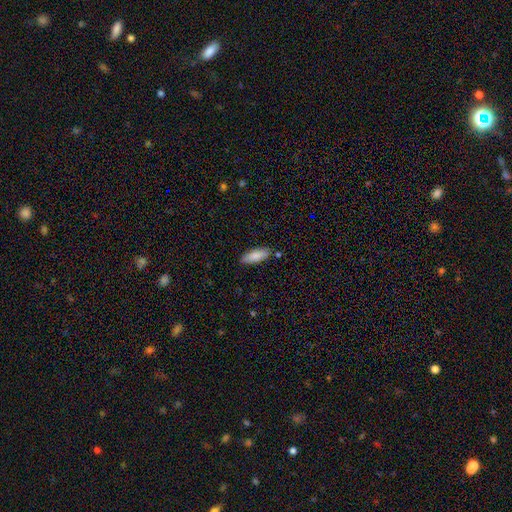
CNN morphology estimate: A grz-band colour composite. It shows a smooth galaxy with no disk features (84%) that is in between round and cigar-shaped (66%). Merging: none (84%).